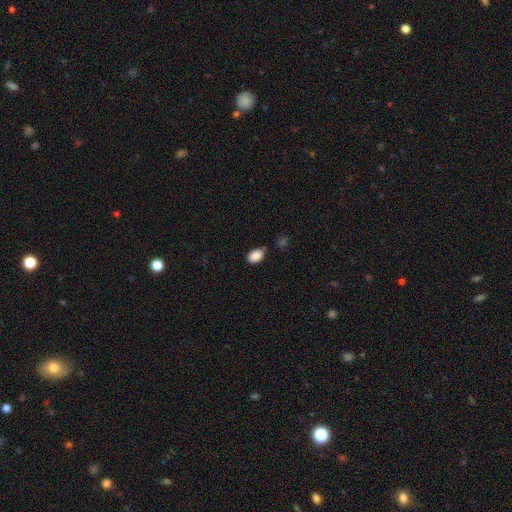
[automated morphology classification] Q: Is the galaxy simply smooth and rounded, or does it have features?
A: smooth — 88%.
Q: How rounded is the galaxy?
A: in between — 82%.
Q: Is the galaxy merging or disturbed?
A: none — 75%.